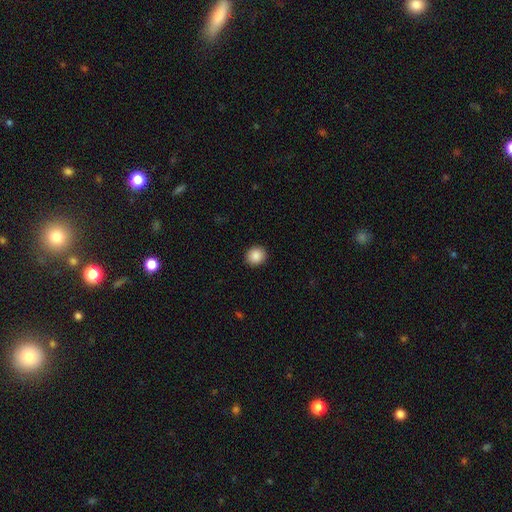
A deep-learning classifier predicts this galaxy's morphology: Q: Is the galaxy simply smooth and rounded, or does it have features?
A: smooth — 88%.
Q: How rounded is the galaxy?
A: round — 88%.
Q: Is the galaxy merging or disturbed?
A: none — 92%.